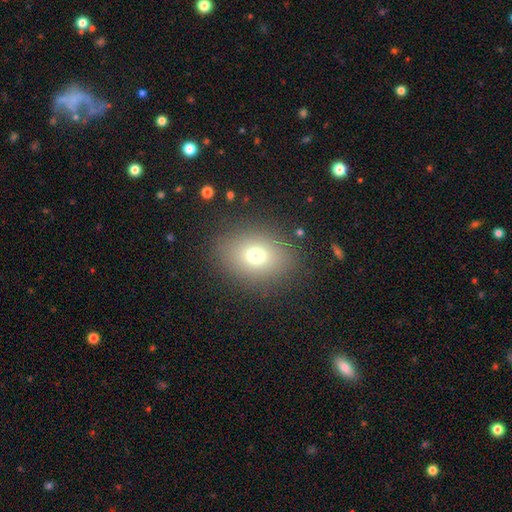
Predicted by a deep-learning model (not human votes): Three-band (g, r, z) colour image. It shows a smooth galaxy with no disk features (72%) that is in between round and cigar-shaped (56%). Merging: none (85%).